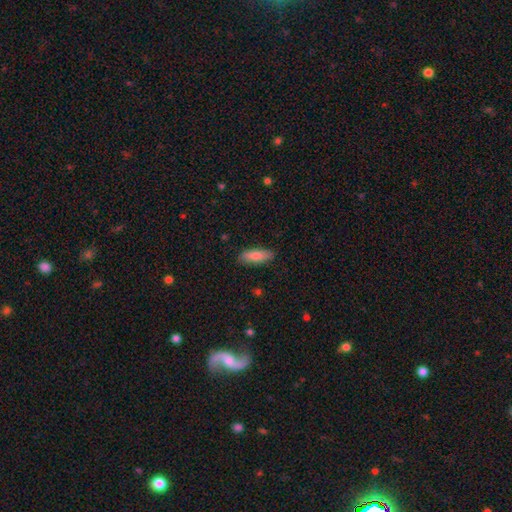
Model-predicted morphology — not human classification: Smooth or featured? Predicted: smooth (p=0.84). How rounded? Predicted: in between (p=0.59). Merging? Predicted: none (p=0.86).